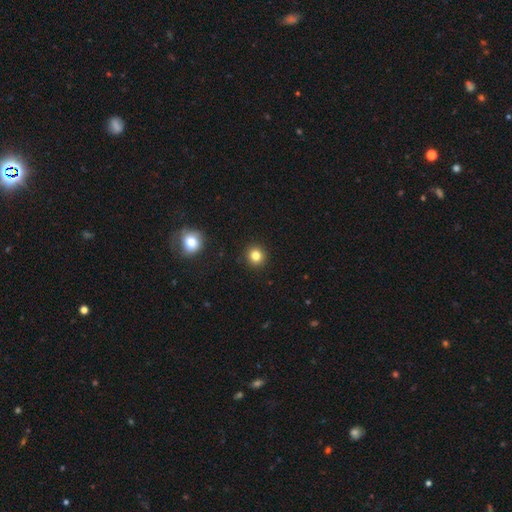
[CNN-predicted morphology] smooth-or-featured: smooth: 82% | star or artifact: 12% | featured or disk: 6%
  how-rounded: round: 91% | in between: 8% | cigar-shaped: 1%
  merging: none: 92% | minor disturbance: 5% | major disturbance: 2% | merger: 1%